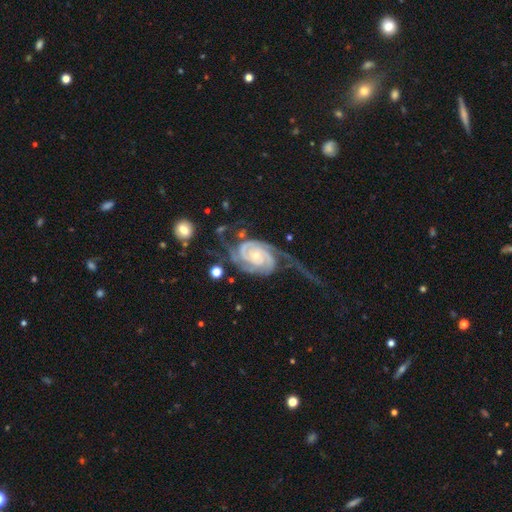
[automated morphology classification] This appears to be a featured or disk galaxy (93%) with no bar (66%), 2 (66%) tight (58%) spiral arms (98%) and a small central bulge (70%). Merging: none (43%).